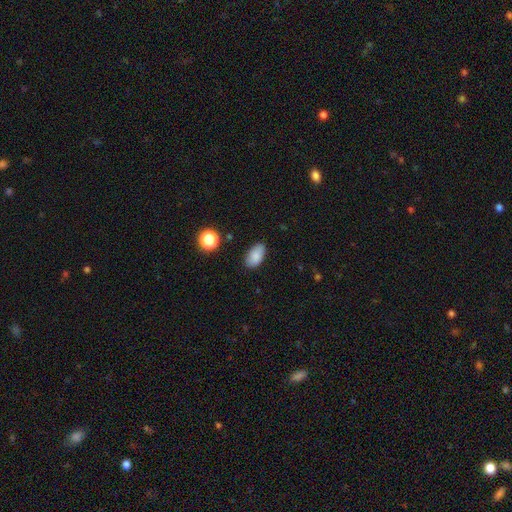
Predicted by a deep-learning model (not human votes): Q: Smooth or featured?
A: smooth (85%); runner-up: star or artifact (9%)
Q: How rounded?
A: in between (92%); runner-up: round (6%)
Q: Merging?
A: none (82%); runner-up: minor disturbance (14%)